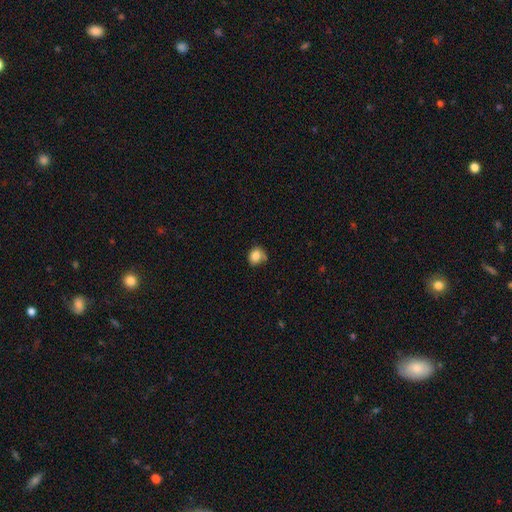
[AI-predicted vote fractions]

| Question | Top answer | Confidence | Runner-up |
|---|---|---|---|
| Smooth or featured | smooth | 81% | featured or disk (10%) |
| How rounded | round | 58% | in between (41%) |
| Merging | none | 55% | minor disturbance (28%) |